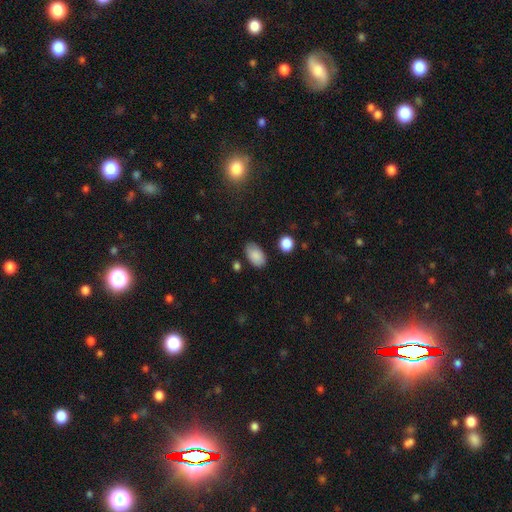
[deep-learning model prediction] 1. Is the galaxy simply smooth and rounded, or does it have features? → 87% smooth, 8% star or artifact, 5% featured or disk.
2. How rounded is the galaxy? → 93% in between, 5% round, 1% cigar-shaped.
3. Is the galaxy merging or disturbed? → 81% none, 13% minor disturbance, 3% major disturbance, 3% merger.